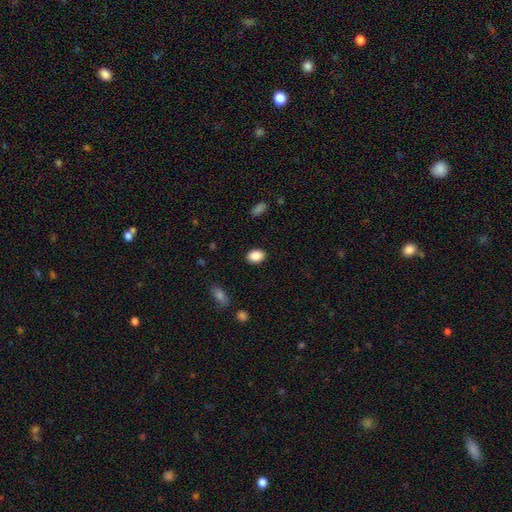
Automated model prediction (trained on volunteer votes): A smooth galaxy with no disk features (88%) that is in between round and cigar-shaped (75%).

Vote fractions:
- Smooth or featured? smooth: 88% / star or artifact: 8% / featured or disk: 4%
- How rounded? in between: 75% / round: 23% / cigar-shaped: 1%
- Merging? none: 88% / minor disturbance: 8% / major disturbance: 2% / merger: 1%